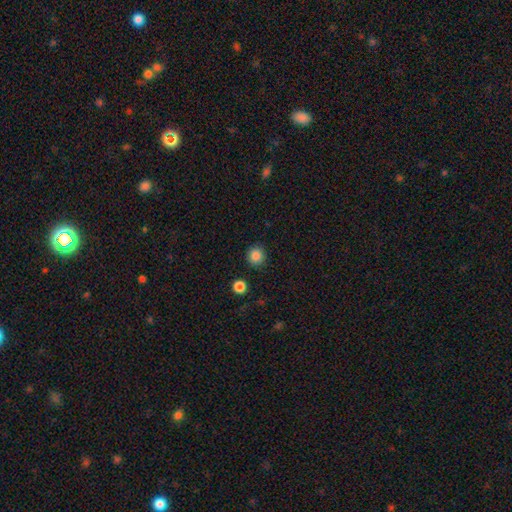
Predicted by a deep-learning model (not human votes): smooth 86%, star or artifact 10%, featured or disk 4%. Down the decision tree: how rounded — round (92%); merging — none (90%).